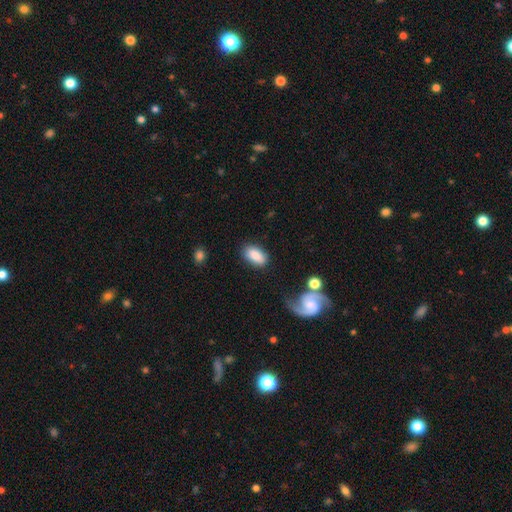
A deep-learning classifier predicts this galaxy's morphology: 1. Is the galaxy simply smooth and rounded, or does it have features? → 82% smooth, 11% featured or disk, 7% star or artifact.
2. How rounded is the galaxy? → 90% in between, 6% round, 3% cigar-shaped.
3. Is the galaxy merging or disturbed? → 80% none, 14% minor disturbance, 4% major disturbance, 3% merger.